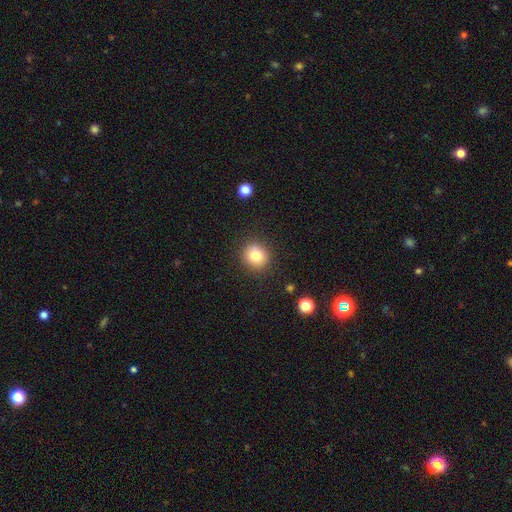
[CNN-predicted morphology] smooth_or_featured: smooth (p=0.79) [alt: star or artifact p=0.12]
how_rounded: round (p=0.87) [alt: in between p=0.13]
merging: none (p=0.87) [alt: minor disturbance p=0.08]